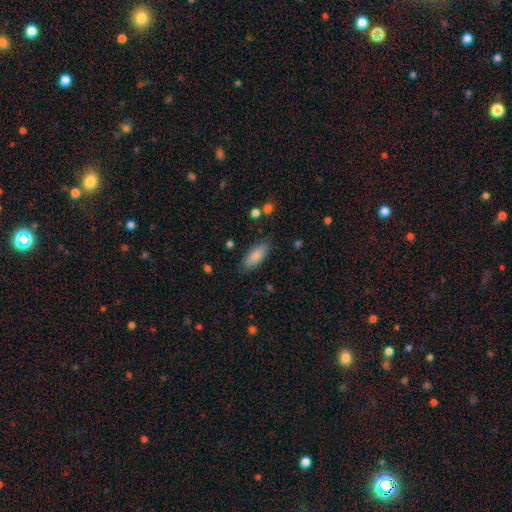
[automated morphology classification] Smooth or featured? smooth (85%)
How rounded? in between (81%)
Merging? none (83%)